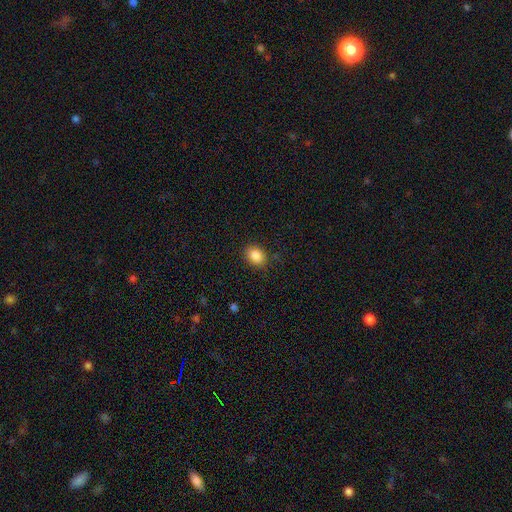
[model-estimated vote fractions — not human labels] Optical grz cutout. It shows a smooth galaxy with no disk features (87%) that is in between round and cigar-shaped (58%). Merging: none (84%).